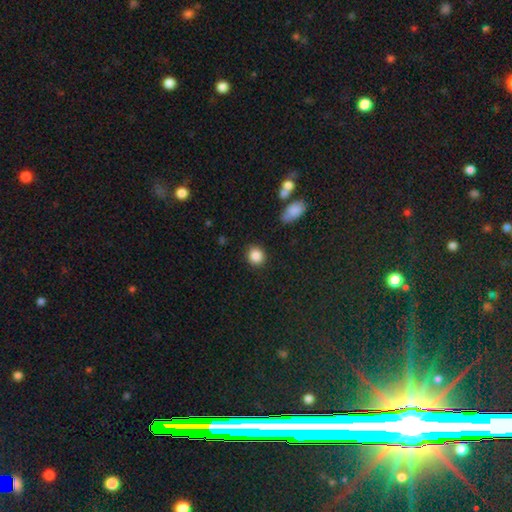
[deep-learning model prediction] The model was most divided on "how rounded": round: 87%, in between: 12%, cigar-shaped: 1%. More confident: merging — none (89%); smooth or featured — smooth (87%).